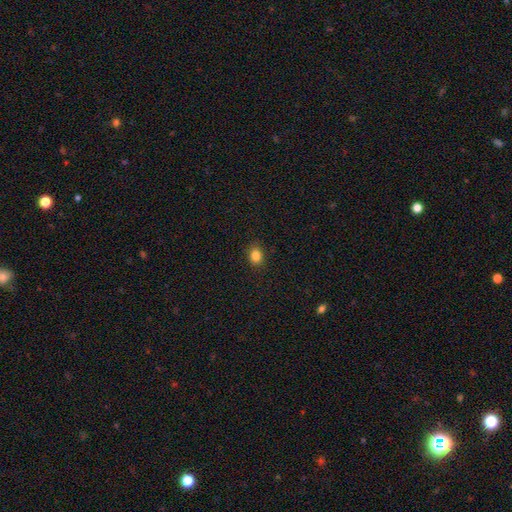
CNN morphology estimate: smooth-or-featured: smooth: 84% | star or artifact: 11% | featured or disk: 5%
  how-rounded: in between: 56% | round: 43% | cigar-shaped: 1%
  merging: none: 88% | minor disturbance: 9% | major disturbance: 2% | merger: 1%